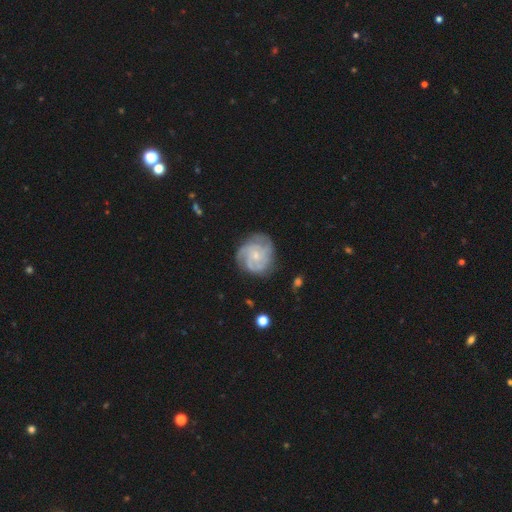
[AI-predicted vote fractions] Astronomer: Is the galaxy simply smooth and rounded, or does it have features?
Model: featured or disk — 79%.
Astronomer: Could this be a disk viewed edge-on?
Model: no — 98%.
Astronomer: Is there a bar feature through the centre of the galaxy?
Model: no — 73%.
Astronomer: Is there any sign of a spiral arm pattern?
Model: yes — 95%.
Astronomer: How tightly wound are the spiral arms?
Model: tight — 54% (runner-up: medium, 37%).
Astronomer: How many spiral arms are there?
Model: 3 — 35% (runner-up: can't tell, 23%).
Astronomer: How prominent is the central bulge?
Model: small — 70%.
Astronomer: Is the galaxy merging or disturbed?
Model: none — 71%.